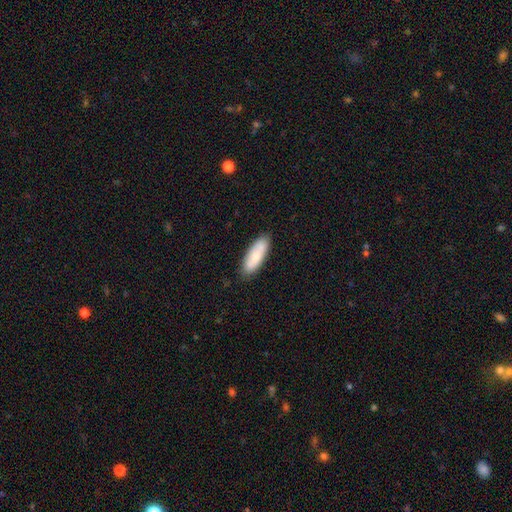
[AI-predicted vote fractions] smooth_or_featured: smooth (p=0.75) [alt: featured or disk p=0.19]
how_rounded: in between (p=0.63) [alt: cigar-shaped p=0.35]
merging: none (p=0.83) [alt: minor disturbance p=0.13]